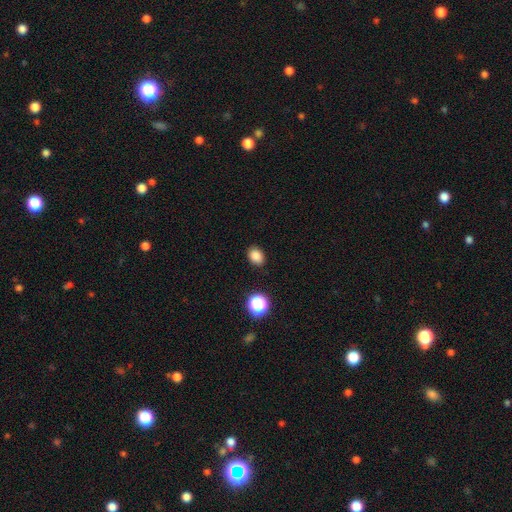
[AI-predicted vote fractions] A smooth galaxy with no disk features (84%) that is in between round and cigar-shaped (58%). Merging: none (88%).